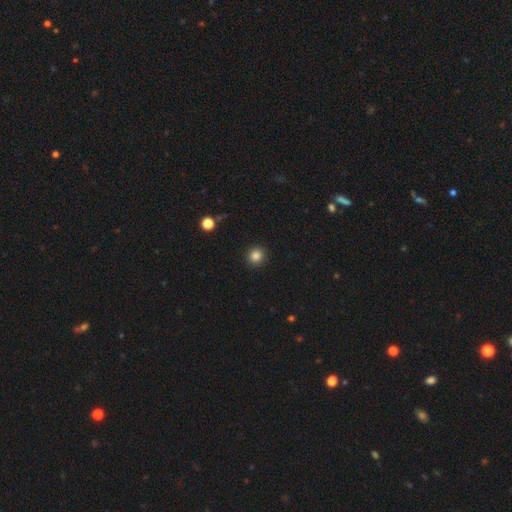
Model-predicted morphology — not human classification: This is clearly a smooth galaxy (84%). How rounded: clearly round (94%). Merging: clearly none (92%).